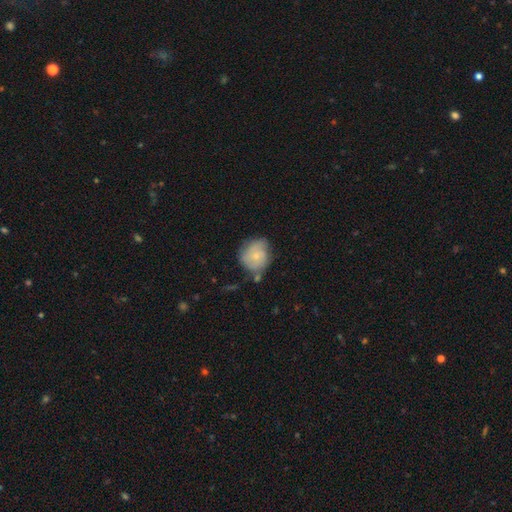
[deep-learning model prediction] smooth-or-featured: smooth: 50% | featured or disk: 42% | star or artifact: 7%
  how-rounded: round: 77% | in between: 22% | cigar-shaped: 1%
  merging: none: 54% | minor disturbance: 28% | major disturbance: 9% | merger: 8%